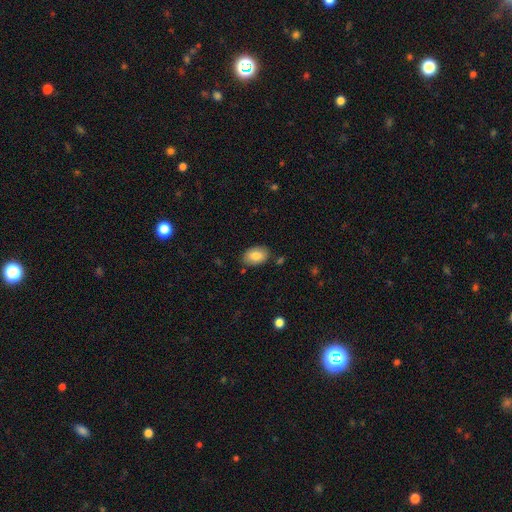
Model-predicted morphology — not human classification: Smooth or featured? smooth (83%)
How rounded? in between (89%)
Merging? none (82%)